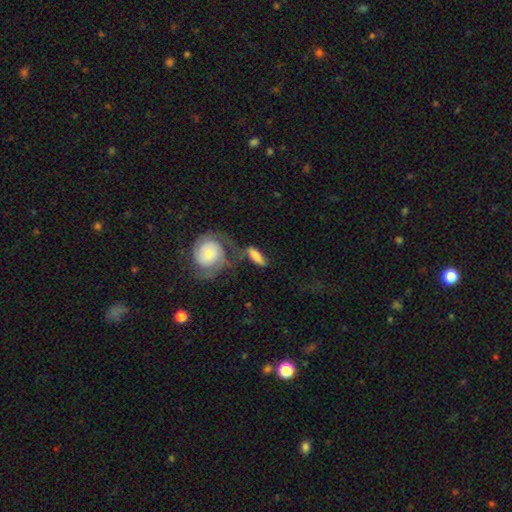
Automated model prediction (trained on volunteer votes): smooth_or_featured: smooth (p=0.59) [alt: featured or disk p=0.34]
how_rounded: in between (p=0.62) [alt: cigar-shaped p=0.31]
merging: none (p=0.41) [alt: merger p=0.29]